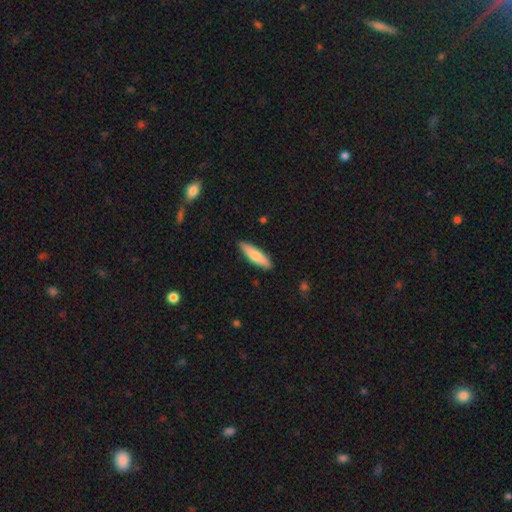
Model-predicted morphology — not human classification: smooth-or-featured: smooth: 78% | featured or disk: 17% | star or artifact: 5%
  how-rounded: cigar-shaped: 69% | in between: 30% | round: 1%
  merging: none: 87% | minor disturbance: 10% | major disturbance: 2% | merger: 1%